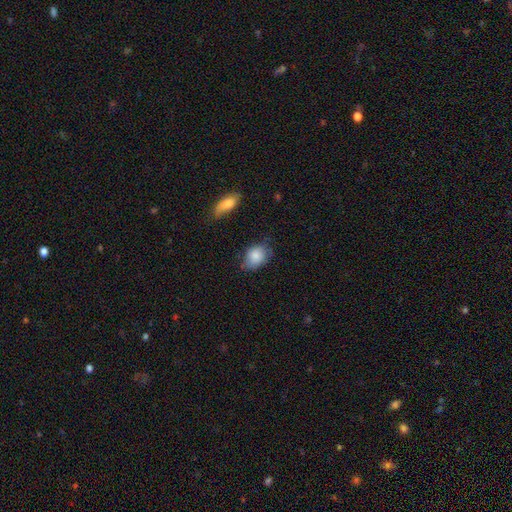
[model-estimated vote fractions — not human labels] smooth_or_featured: smooth (p=0.84) [alt: featured or disk p=0.09]
how_rounded: in between (p=0.74) [alt: round p=0.25]
merging: none (p=0.61) [alt: minor disturbance p=0.29]